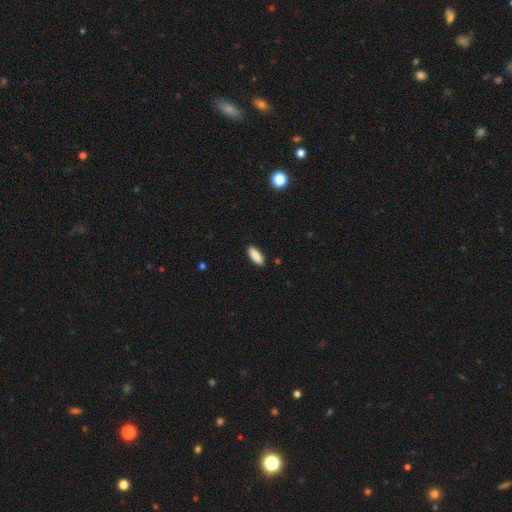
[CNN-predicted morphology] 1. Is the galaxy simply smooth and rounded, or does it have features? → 88% smooth, 6% star or artifact, 6% featured or disk.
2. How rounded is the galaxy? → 72% in between, 26% cigar-shaped, 2% round.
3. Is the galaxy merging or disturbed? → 89% none, 8% minor disturbance, 2% major disturbance, 1% merger.